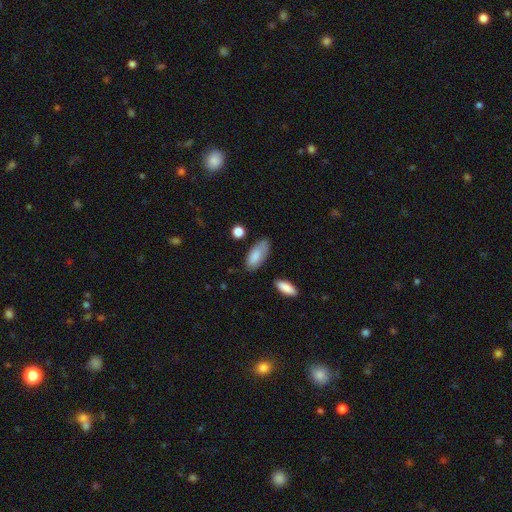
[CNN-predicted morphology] Q: Smooth or featured?
A: smooth (84%); runner-up: featured or disk (10%)
Q: How rounded?
A: in between (85%); runner-up: cigar-shaped (13%)
Q: Merging?
A: none (65%); runner-up: minor disturbance (26%)